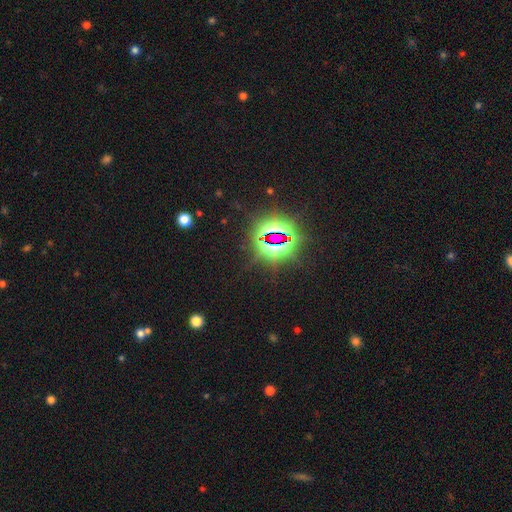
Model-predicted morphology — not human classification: star or artifact 82%, smooth 11%, featured or disk 8%.